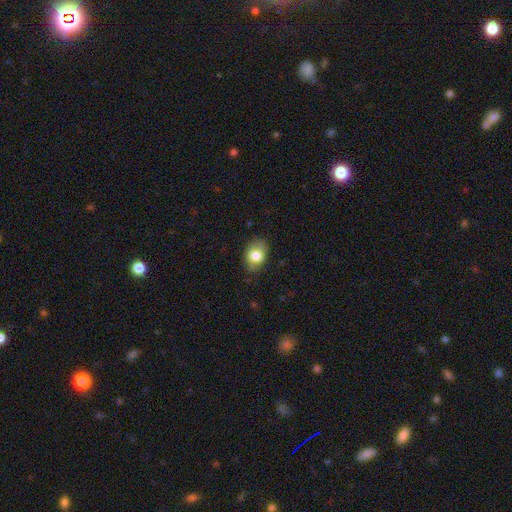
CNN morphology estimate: smooth 80%, featured or disk 12%, star or artifact 8%. Down the decision tree: how rounded — in between (73%); merging — none (76%).